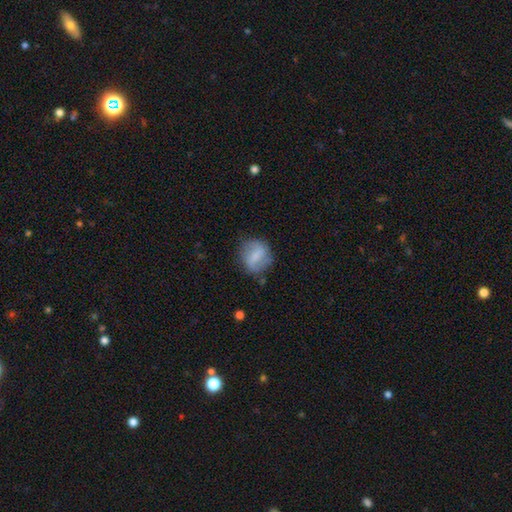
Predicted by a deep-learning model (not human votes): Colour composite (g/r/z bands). It shows a smooth galaxy with no disk features (62%) that is round (70%). Merging: none (67%).